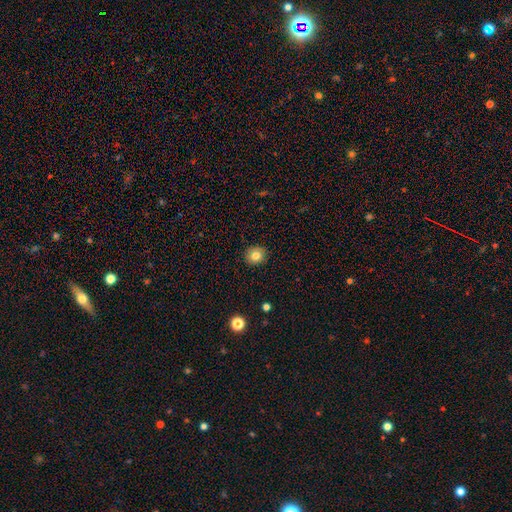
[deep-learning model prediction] A smooth galaxy with no disk features (81%) that is round (82%).

Vote fractions:
- Smooth or featured? smooth: 81% / star or artifact: 11% / featured or disk: 9%
- How rounded? round: 82% / in between: 17% / cigar-shaped: 1%
- Merging? none: 90% / minor disturbance: 7% / major disturbance: 2% / merger: 1%